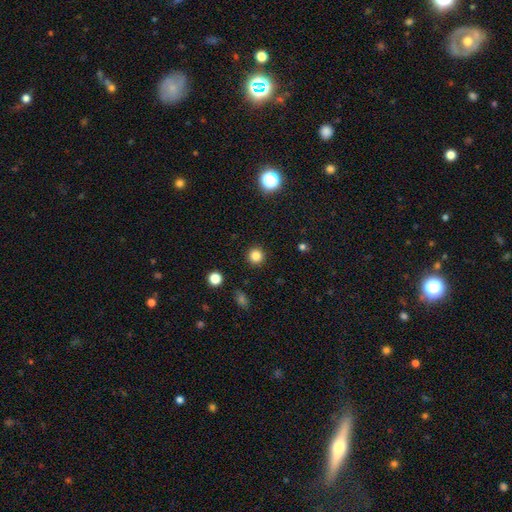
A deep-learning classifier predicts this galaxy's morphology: smooth 83%, star or artifact 13%, featured or disk 4%. Down the decision tree: how rounded — round (95%); merging — none (92%).